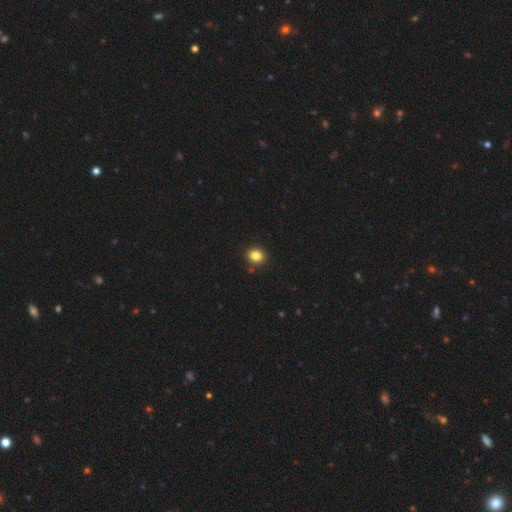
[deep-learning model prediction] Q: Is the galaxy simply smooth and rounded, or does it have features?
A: smooth — 84%.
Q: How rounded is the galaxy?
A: round — 63%.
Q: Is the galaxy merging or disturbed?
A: none — 89%.